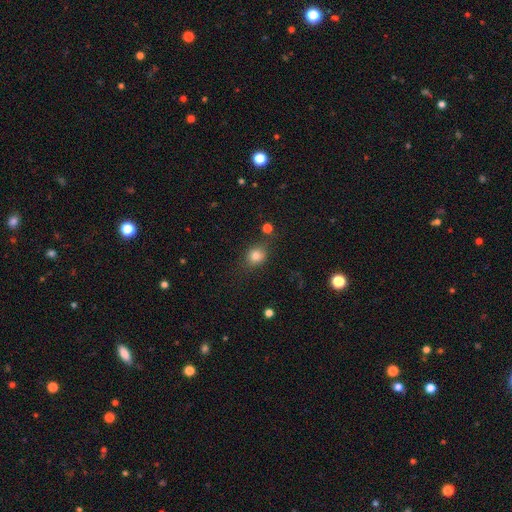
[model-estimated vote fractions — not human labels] Overall: smooth (81%). How rounded: round (65%; in between 34%). Merging: none (74%).